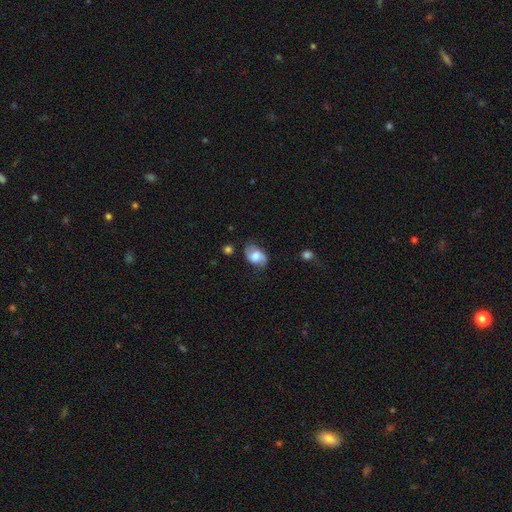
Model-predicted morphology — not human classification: smooth_or_featured: smooth (p=0.49) [alt: featured or disk p=0.43]
merging: none (p=0.71) [alt: minor disturbance p=0.21]